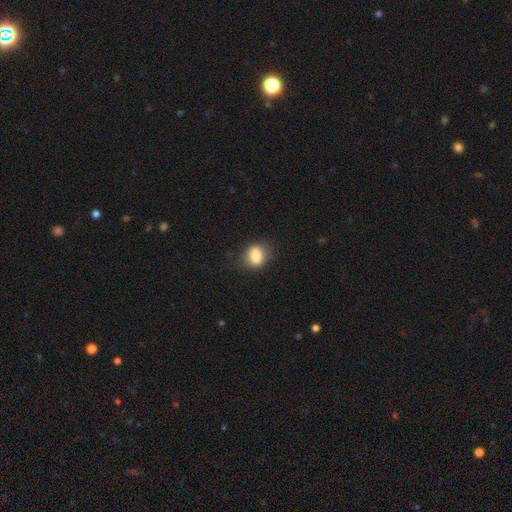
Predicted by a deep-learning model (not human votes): smooth_or_featured: smooth (p=0.81) [alt: featured or disk p=0.10]
how_rounded: in between (p=0.62) [alt: round p=0.35]
merging: none (p=0.76) [alt: minor disturbance p=0.17]